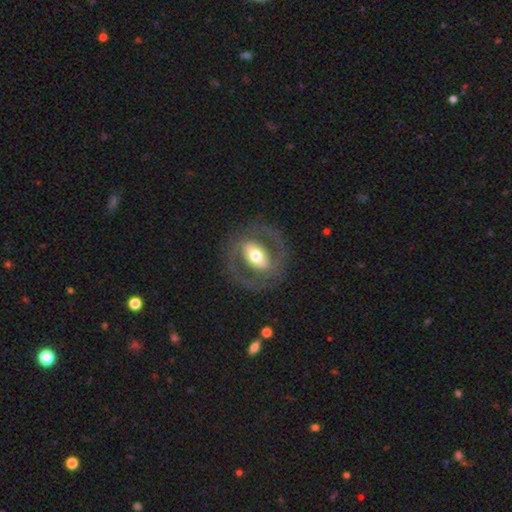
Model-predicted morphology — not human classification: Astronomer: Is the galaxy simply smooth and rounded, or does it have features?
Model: featured or disk — 71%.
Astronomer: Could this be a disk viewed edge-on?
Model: no — 94%.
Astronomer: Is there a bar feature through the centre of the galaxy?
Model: strong — 44% (runner-up: weak, 28%).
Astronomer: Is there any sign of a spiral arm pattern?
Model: yes — 52% (runner-up: no, 48%).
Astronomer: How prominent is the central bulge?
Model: moderate — 63%.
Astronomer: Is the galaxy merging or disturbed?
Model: none — 78%.